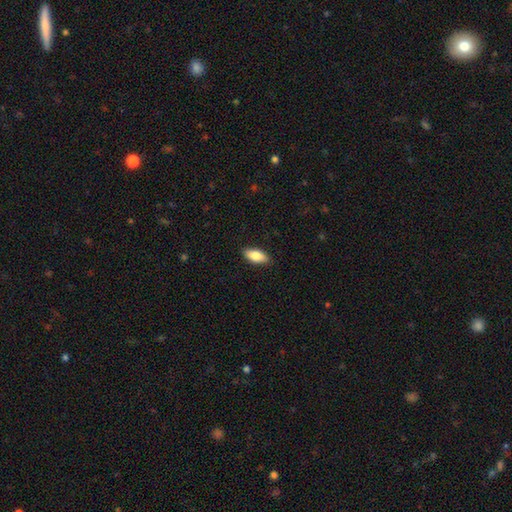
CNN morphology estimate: Q: Smooth or featured?
A: smooth (81%); runner-up: featured or disk (13%)
Q: How rounded?
A: in between (85%); runner-up: cigar-shaped (12%)
Q: Merging?
A: none (88%); runner-up: minor disturbance (9%)